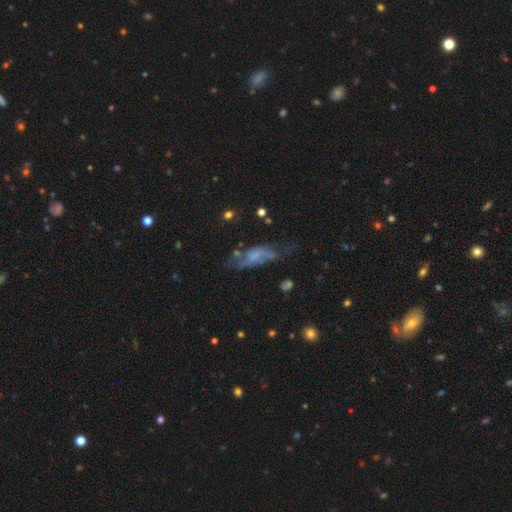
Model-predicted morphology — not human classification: Smooth or featured? featured or disk (48%)
Merging? none (35%)